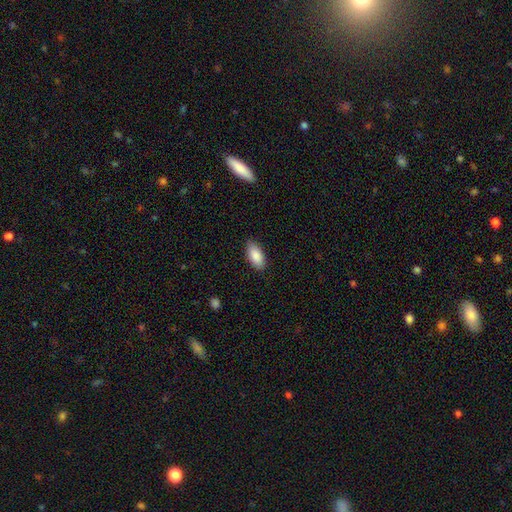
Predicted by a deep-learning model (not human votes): Smooth or featured? Predicted: smooth (p=0.89). How rounded? Predicted: in between (p=0.91). Merging? Predicted: none (p=0.86).